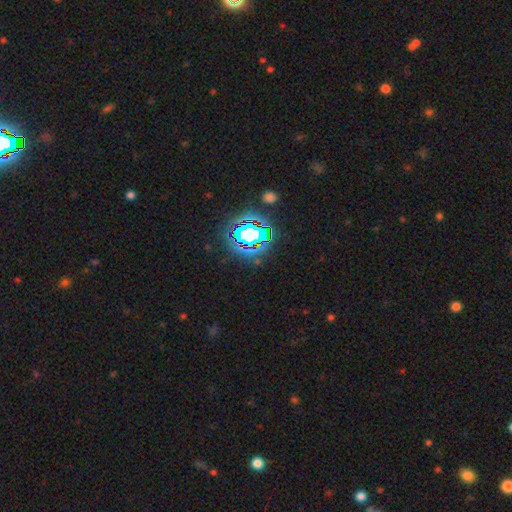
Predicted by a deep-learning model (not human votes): star or artifact 83%, smooth 10%, featured or disk 7%.